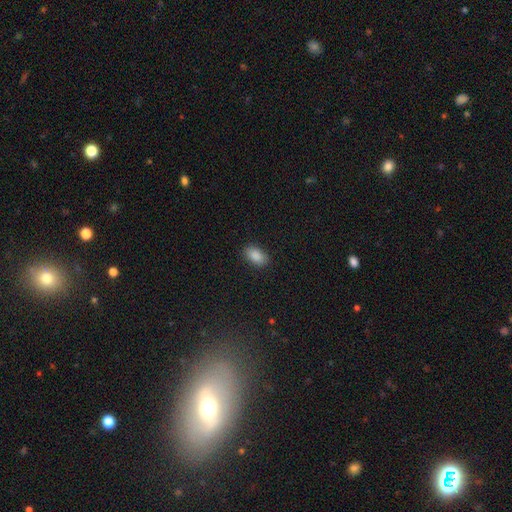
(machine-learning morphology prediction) Q: Smooth or featured?
A: smooth (88%); runner-up: star or artifact (8%)
Q: How rounded?
A: in between (93%); runner-up: round (5%)
Q: Merging?
A: none (88%); runner-up: minor disturbance (9%)